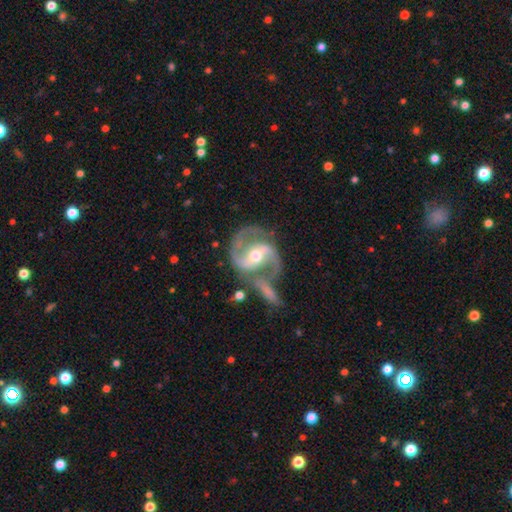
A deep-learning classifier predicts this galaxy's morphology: Q: Smooth or featured?
A: featured or disk (91%); runner-up: star or artifact (4%)
Q: Edge-on disk?
A: no (97%); runner-up: yes (3%)
Q: Bar?
A: strong (45%); runner-up: weak (35%)
Q: Spiral arms?
A: yes (97%); runner-up: no (3%)
Q: Spiral winding?
A: medium (60%); runner-up: loose (22%)
Q: Spiral arm count?
A: 2 (91%); runner-up: 3 (2%)
Q: Bulge size?
A: moderate (69%); runner-up: small (25%)
Q: Merging?
A: none (56%); runner-up: merger (17%)